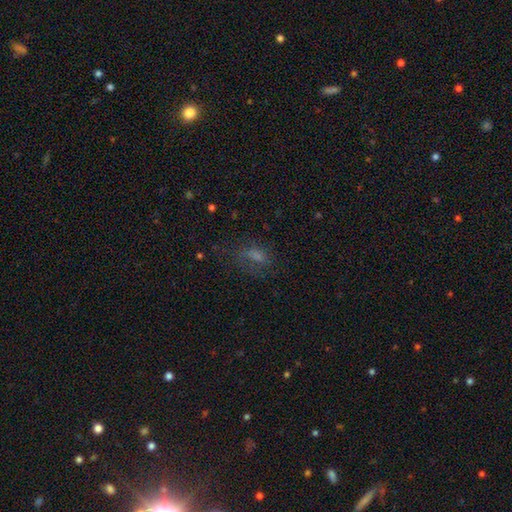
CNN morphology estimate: Smooth or featured: smooth — 58% (star or artifact — 21%)
How rounded: in between — 75% (round — 14%)
Merging: none — 51% (major disturbance — 24%)